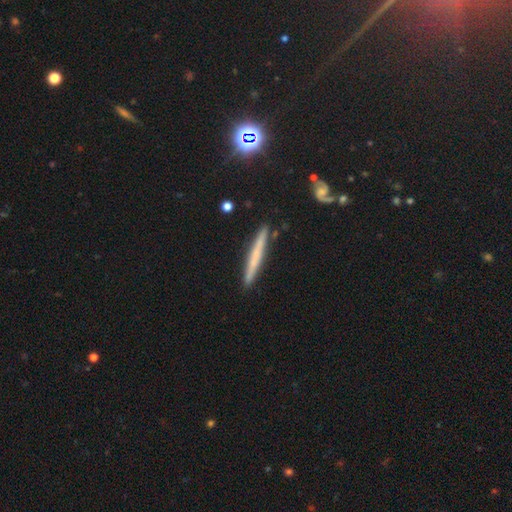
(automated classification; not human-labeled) A smooth galaxy with no disk features (48%). Merging: none (90%).